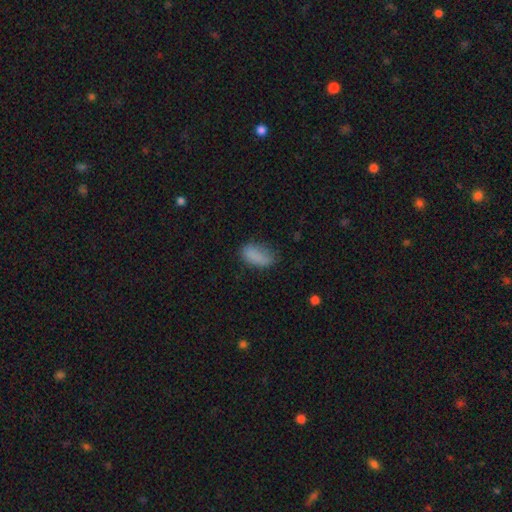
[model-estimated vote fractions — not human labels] Smooth or featured: smooth — 84% (star or artifact — 9%)
How rounded: in between — 90% (cigar-shaped — 6%)
Merging: none — 60% (minor disturbance — 28%)